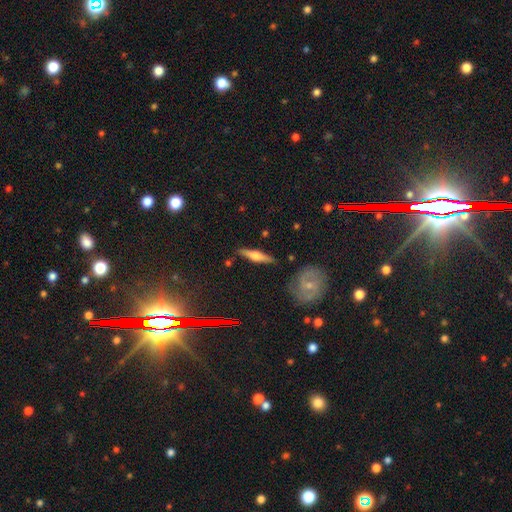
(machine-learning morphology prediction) type=featured or disk (60%); edge-on=yes (93%); edge-on bulge=rounded (86%); merging=none (84%).